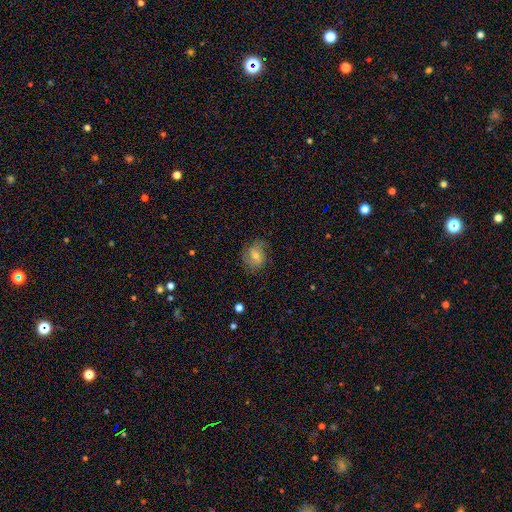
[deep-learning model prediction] This is possibly a featured or disk galaxy (49%). Merging: likely none (75%).